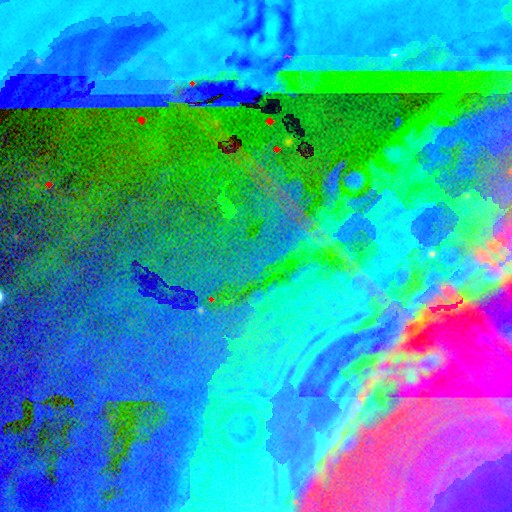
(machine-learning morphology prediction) type=star or artifact (84%).